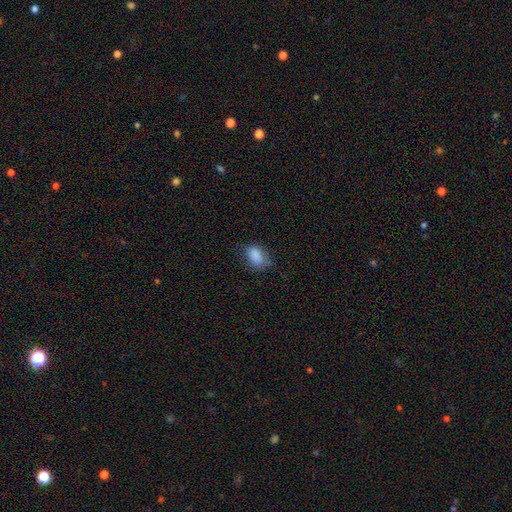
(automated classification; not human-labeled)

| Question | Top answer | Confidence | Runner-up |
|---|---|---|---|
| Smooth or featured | smooth | 87% | star or artifact (8%) |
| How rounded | in between | 84% | round (14%) |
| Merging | none | 67% | minor disturbance (25%) |